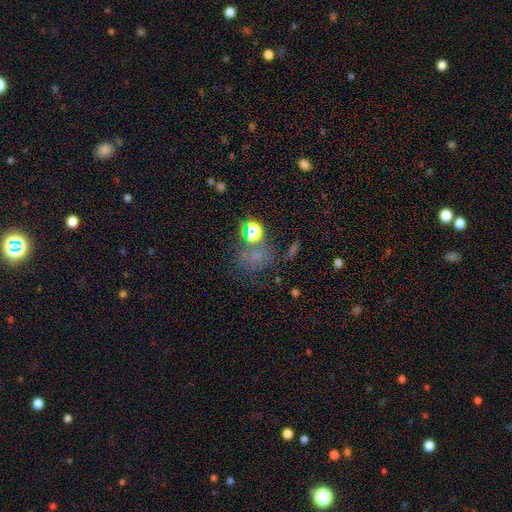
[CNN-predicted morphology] A star or artifact, not a galaxy (45%).